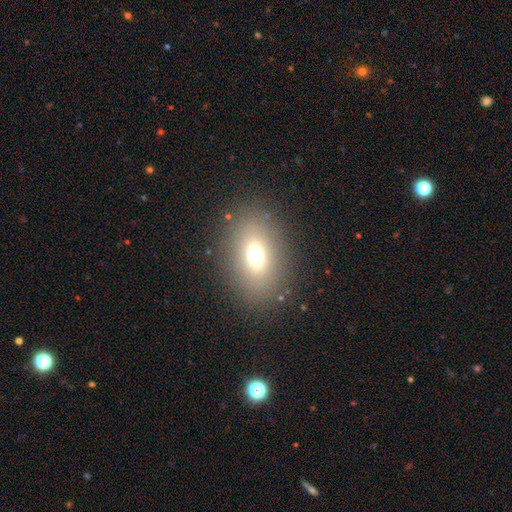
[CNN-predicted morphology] smooth 67%, featured or disk 18%, star or artifact 15%. Down the decision tree: how rounded — in between (77%); merging — none (84%).